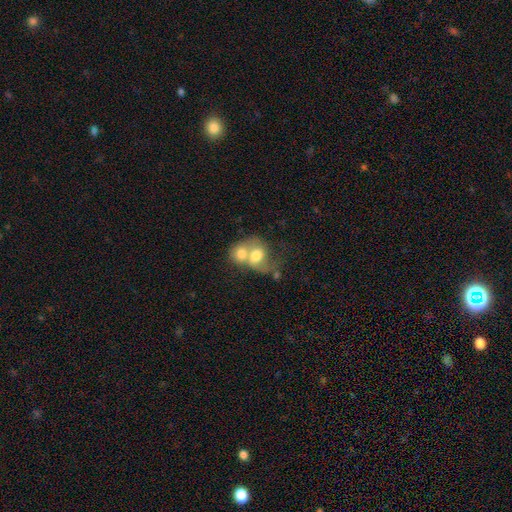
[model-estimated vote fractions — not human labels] A smooth galaxy with no disk features (61%) that is in between round and cigar-shaped (52%). Merging: merger (77%).